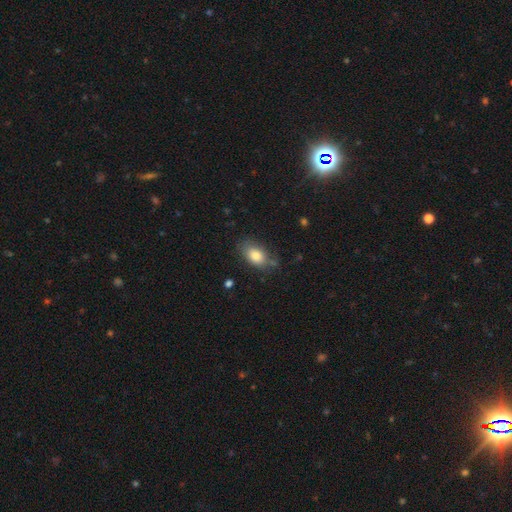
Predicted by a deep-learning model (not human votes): Q: Smooth or featured?
A: smooth (81%); runner-up: featured or disk (11%)
Q: How rounded?
A: in between (88%); runner-up: round (10%)
Q: Merging?
A: none (71%); runner-up: minor disturbance (20%)